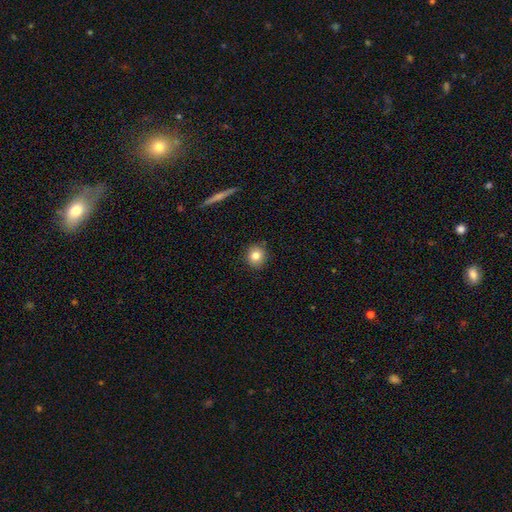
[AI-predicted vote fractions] This is clearly a smooth galaxy (81%). How rounded: clearly round (87%). Merging: clearly none (89%).